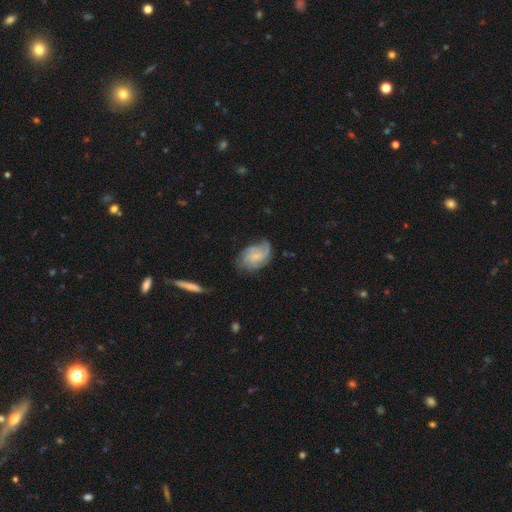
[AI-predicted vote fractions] Overall: featured or disk (64%; smooth 29%). Edge-on disk: no (97%). Bar: no (63%; weak 32%). Spiral arms: yes (90%). Spiral arm count: can't tell (31%; 2 27%). Spiral winding: medium (41%; tight 35%). Bulge size: small (54%; none 25%). Merging: none (56%; minor disturbance 27%).